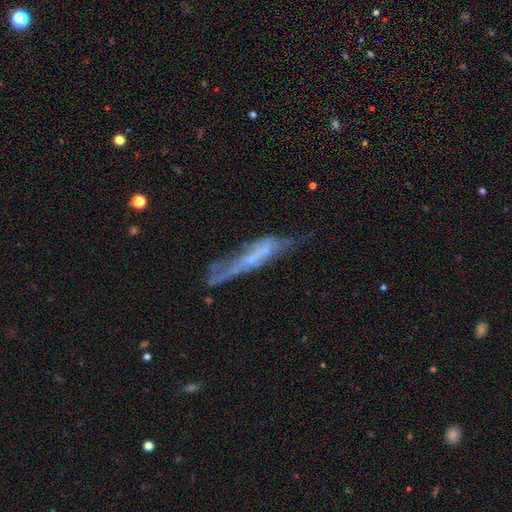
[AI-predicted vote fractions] smooth_or_featured: featured or disk (p=0.63) [alt: smooth p=0.28]
disk_edge_on: yes (p=0.55) [alt: no p=0.45]
merging: none (p=0.39) [alt: minor disturbance p=0.27]